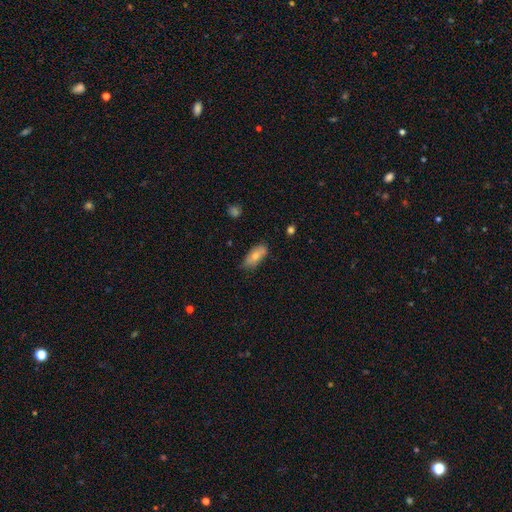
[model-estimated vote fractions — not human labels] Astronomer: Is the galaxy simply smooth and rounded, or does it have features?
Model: smooth — 75%.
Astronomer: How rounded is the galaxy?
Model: in between — 83%.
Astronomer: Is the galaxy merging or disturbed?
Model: none — 73%.